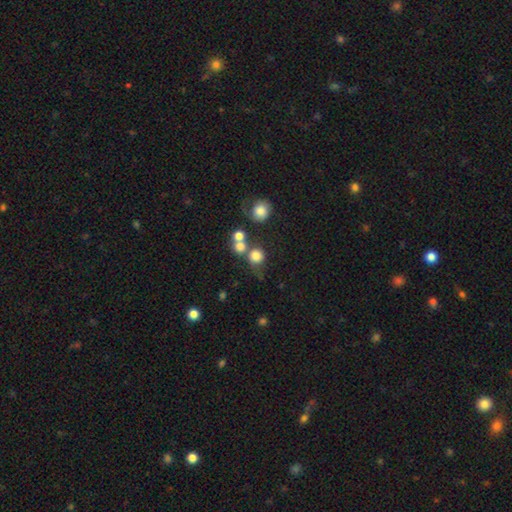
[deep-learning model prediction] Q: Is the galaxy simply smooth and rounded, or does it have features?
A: smooth — 77%.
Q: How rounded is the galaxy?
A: round — 88%.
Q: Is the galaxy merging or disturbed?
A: none — 50%.